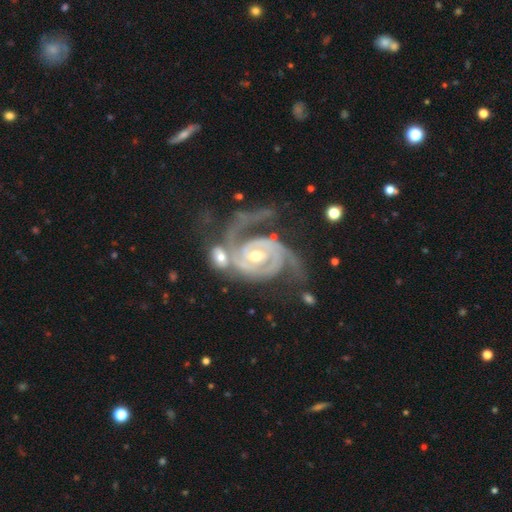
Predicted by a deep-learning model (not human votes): Overall: featured or disk (93%). Edge-on disk: no (97%). Bar: no (48%; weak 34%). Spiral arms: yes (98%). Spiral arm count: 2 (73%). Spiral winding: tight (54%; medium 36%). Bulge size: moderate (59%; small 36%). Merging: none (33%; merger 29%).